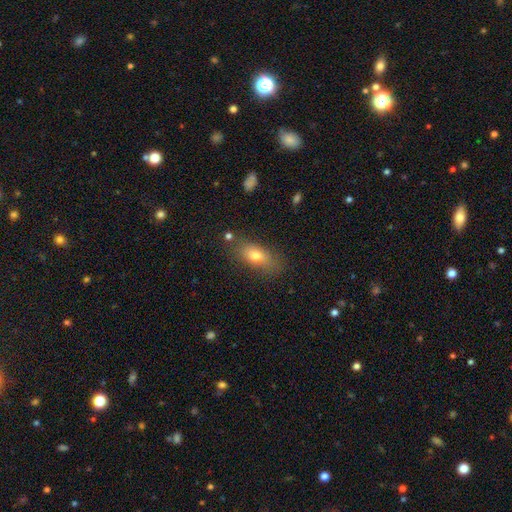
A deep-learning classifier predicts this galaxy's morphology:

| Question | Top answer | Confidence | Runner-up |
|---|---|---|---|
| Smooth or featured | smooth | 73% | featured or disk (17%) |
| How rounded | in between | 78% | cigar-shaped (14%) |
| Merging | none | 76% | minor disturbance (16%) |